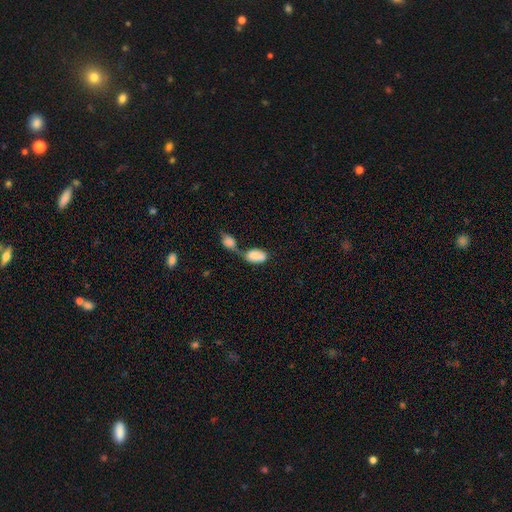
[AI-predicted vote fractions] Smooth or featured? Predicted: smooth (p=0.85). How rounded? Predicted: in between (p=0.93). Merging? Predicted: merger (p=0.64).